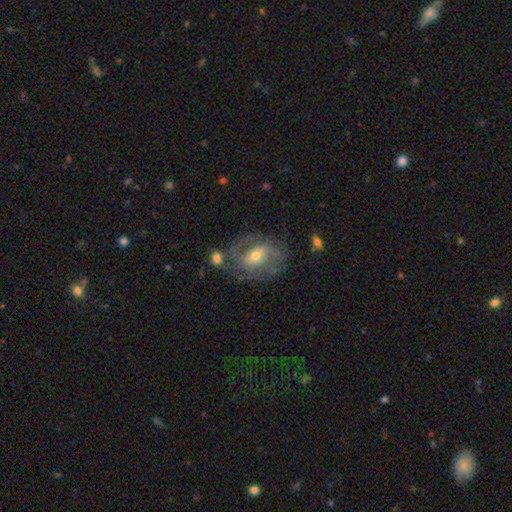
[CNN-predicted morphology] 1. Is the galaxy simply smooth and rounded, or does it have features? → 79% featured or disk, 14% smooth, 6% star or artifact.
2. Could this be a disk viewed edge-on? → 96% no, 4% yes.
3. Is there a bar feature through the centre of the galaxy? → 47% weak, 33% no, 20% strong.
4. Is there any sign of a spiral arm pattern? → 88% yes, 12% no.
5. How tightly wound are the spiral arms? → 44% medium, 40% tight, 17% loose.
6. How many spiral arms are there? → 47% 2, 25% can't tell, 16% 3, 5% 1, 4% 4, 3% more than 4.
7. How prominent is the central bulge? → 59% moderate, 35% small, 4% large, 1% none, 1% dominant.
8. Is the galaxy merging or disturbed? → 62% none, 19% minor disturbance, 12% major disturbance, 6% merger.